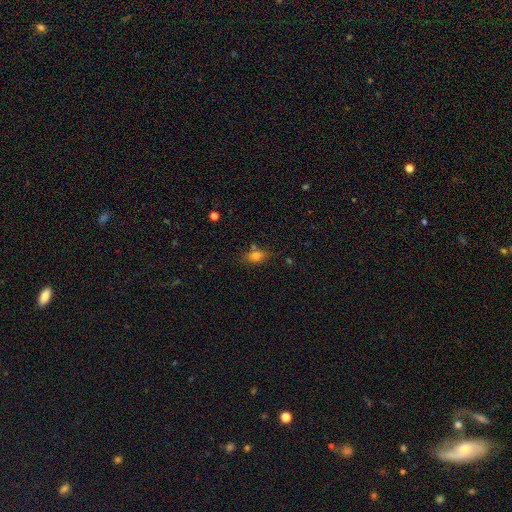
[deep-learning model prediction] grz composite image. It shows a smooth galaxy with no disk features (70%) that is in between round and cigar-shaped (71%). Merging: none (69%).